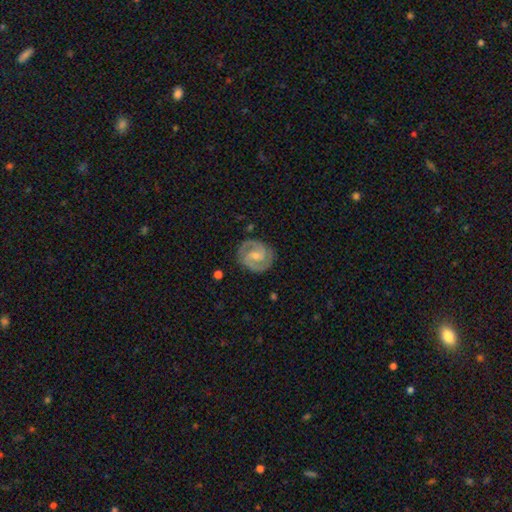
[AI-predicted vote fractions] Overall: featured or disk (88%). Edge-on disk: no (98%). Bar: weak (50%; no 32%). Spiral arms: yes (98%). Spiral arm count: 2 (92%). Spiral winding: tight (56%; medium 39%). Bulge size: moderate (45%, tied with small). Merging: none (86%).